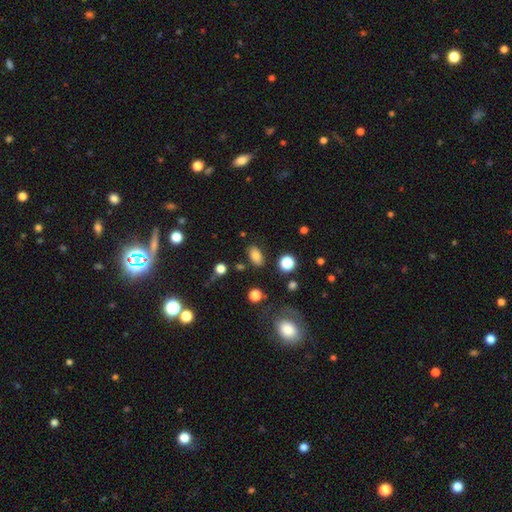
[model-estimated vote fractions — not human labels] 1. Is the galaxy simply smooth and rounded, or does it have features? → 80% smooth, 12% star or artifact, 8% featured or disk.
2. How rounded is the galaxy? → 89% in between, 8% round, 3% cigar-shaped.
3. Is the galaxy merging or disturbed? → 82% none, 11% minor disturbance, 4% major disturbance, 3% merger.